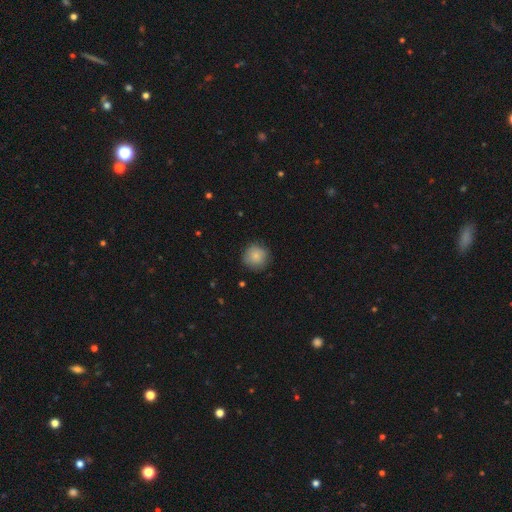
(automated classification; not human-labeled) smooth_or_featured: smooth (p=0.83) [alt: featured or disk p=0.09]
how_rounded: round (p=0.93) [alt: in between p=0.06]
merging: none (p=0.85) [alt: minor disturbance p=0.11]